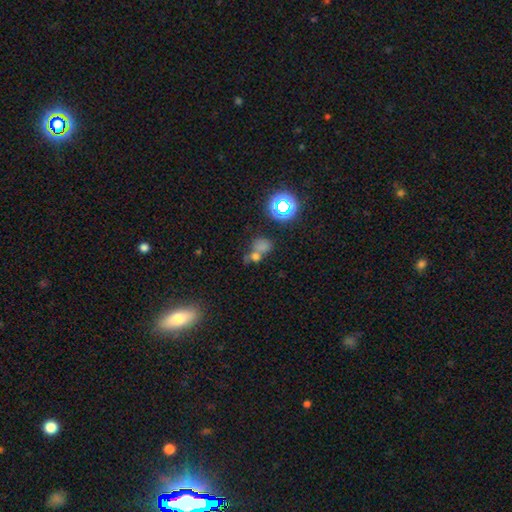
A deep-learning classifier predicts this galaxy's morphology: smooth-or-featured: smooth: 60% | star or artifact: 27% | featured or disk: 13%
  how-rounded: round: 56% | in between: 42% | cigar-shaped: 2%
  merging: merger: 50% | none: 32% | minor disturbance: 10% | major disturbance: 9%